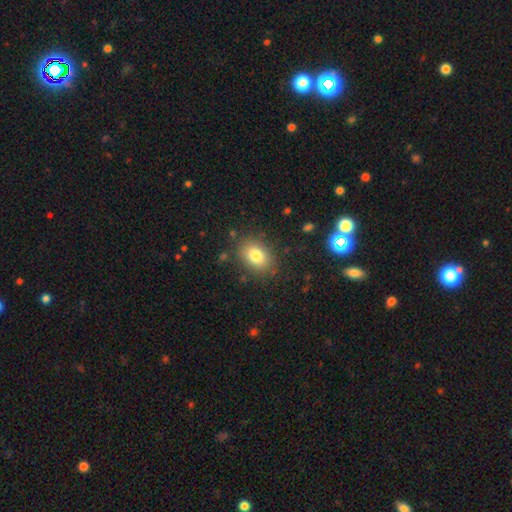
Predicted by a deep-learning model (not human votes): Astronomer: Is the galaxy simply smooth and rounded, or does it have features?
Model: smooth — 80%.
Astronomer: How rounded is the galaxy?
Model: in between — 73%.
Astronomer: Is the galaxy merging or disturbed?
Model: none — 84%.